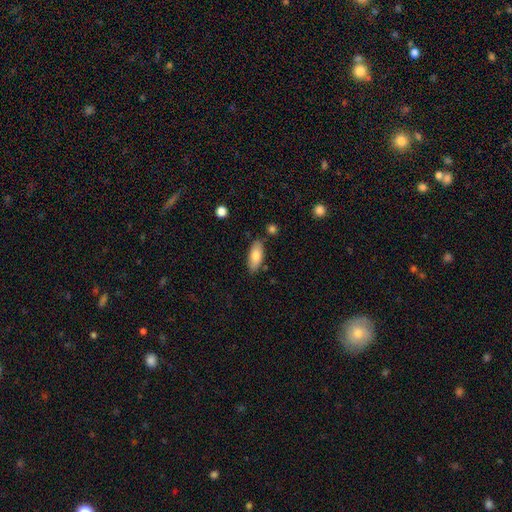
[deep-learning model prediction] This appears to be a smooth galaxy with no disk features (79%) that is in between round and cigar-shaped (79%). Merging: none (80%).